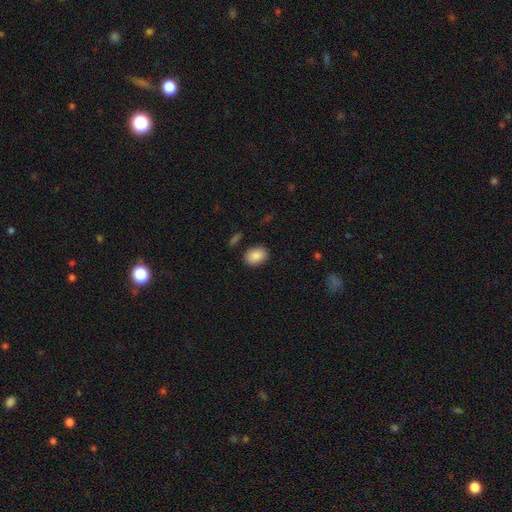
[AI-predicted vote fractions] This appears to be a smooth galaxy with no disk features (89%) that is in between round and cigar-shaped (76%). Merging: none (87%).